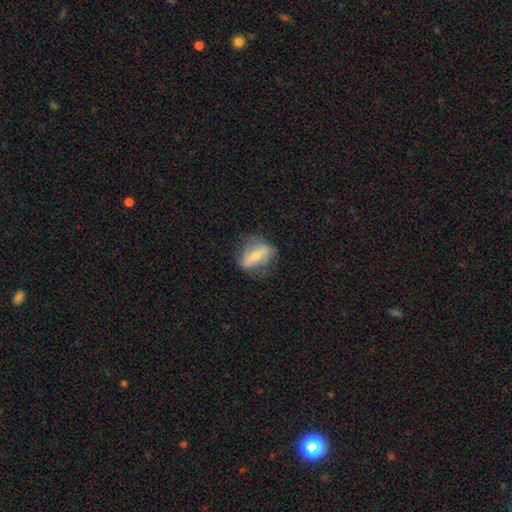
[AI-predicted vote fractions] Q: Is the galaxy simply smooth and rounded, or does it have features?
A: featured or disk — 52%.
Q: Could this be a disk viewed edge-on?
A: no — 75%.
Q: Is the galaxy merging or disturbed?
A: none — 67%.